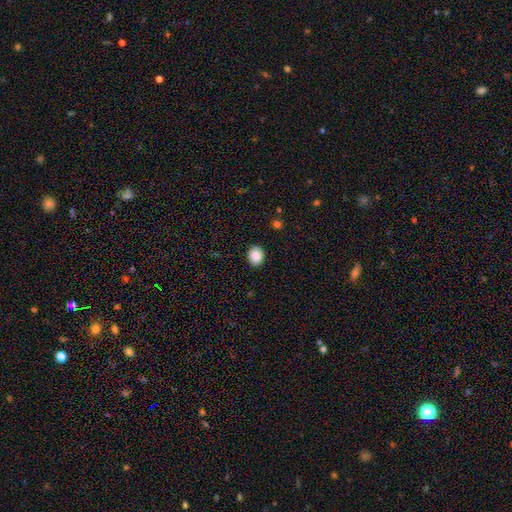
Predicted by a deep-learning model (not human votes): Q: Smooth or featured?
A: smooth (86%); runner-up: star or artifact (9%)
Q: How rounded?
A: round (62%); runner-up: in between (37%)
Q: Merging?
A: none (91%); runner-up: minor disturbance (6%)